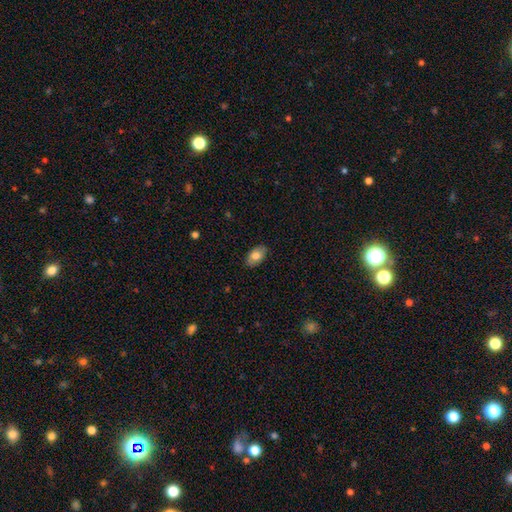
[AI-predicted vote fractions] This appears to be a smooth galaxy with no disk features (79%) that is in between round and cigar-shaped (92%). Merging: none (86%).